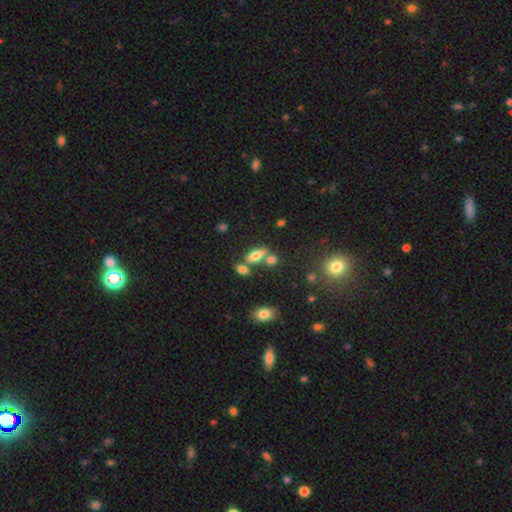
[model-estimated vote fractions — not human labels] Smooth or featured? Predicted: smooth (p=0.65). How rounded? Predicted: in between (p=0.71). Merging? Predicted: none (p=0.58).